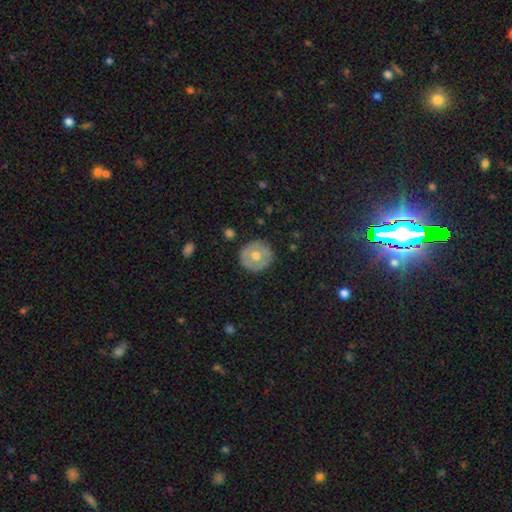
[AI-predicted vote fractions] A smooth galaxy with no disk features (53%) that is round (93%).

Vote fractions:
- Smooth or featured? smooth: 53% / featured or disk: 39% / star or artifact: 8%
- How rounded? round: 93% / in between: 6% / cigar-shaped: 1%
- Merging? none: 87% / minor disturbance: 9% / major disturbance: 2% / merger: 1%